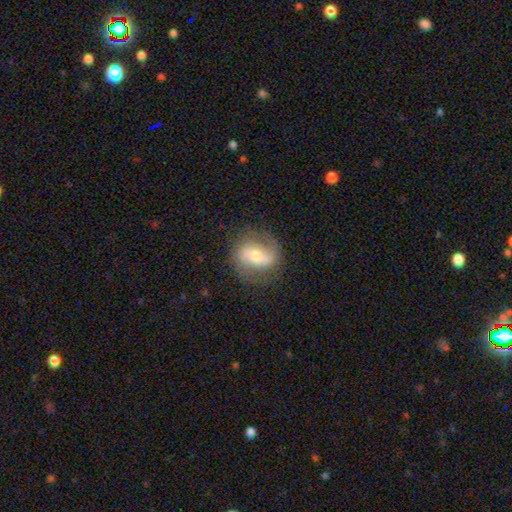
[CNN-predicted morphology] A featured or disk galaxy (63%) with a weak bar (35%), spiral arms (80%) and a moderate central bulge (59%). Merging: none (74%).